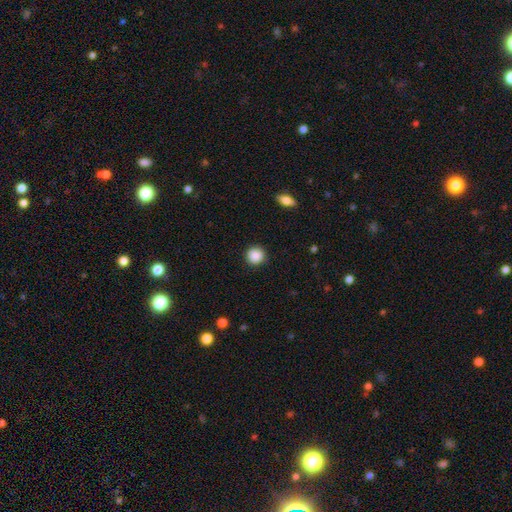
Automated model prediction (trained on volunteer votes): This is clearly a smooth galaxy (88%). How rounded: clearly round (94%). Merging: clearly none (91%).